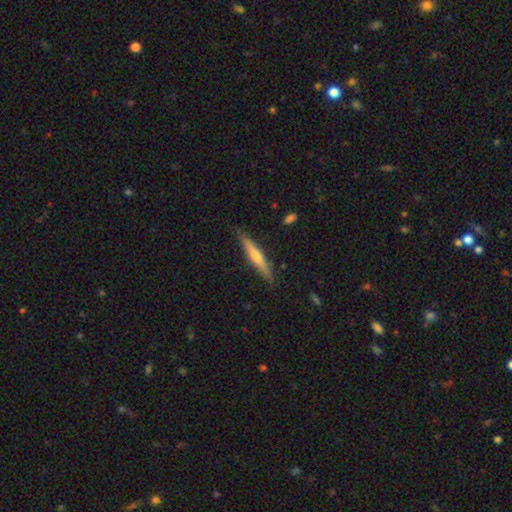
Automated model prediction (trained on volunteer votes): Overall: featured or disk (56%; smooth 38%). Edge-on disk: yes (96%). Edge-on bulge: rounded (72%). Merging: none (88%).